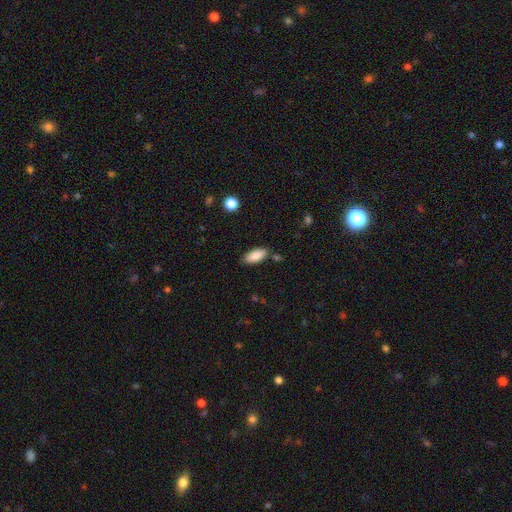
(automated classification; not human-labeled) Morphology: type=smooth (87%); roundness=in between (86%); merging=none (82%).